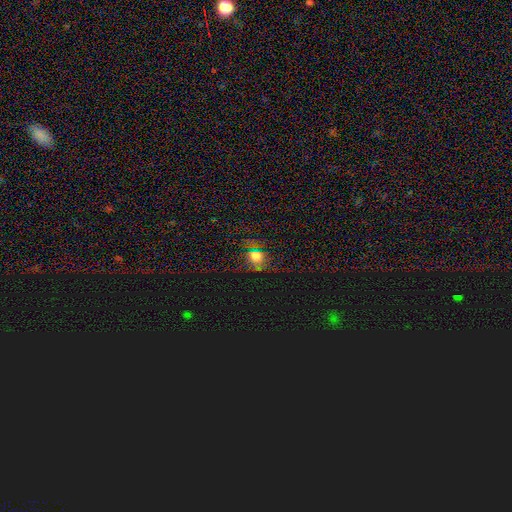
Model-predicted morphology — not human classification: smooth-or-featured: smooth: 50% | star or artifact: 28% | featured or disk: 22%
  how-rounded: round: 53% | in between: 44% | cigar-shaped: 3%
  merging: none: 61% | minor disturbance: 19% | major disturbance: 17% | merger: 2%